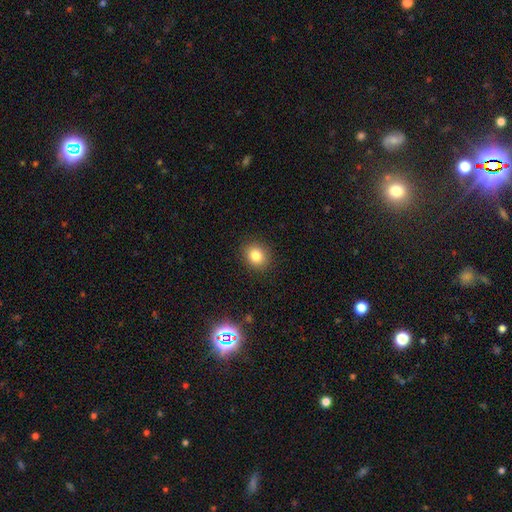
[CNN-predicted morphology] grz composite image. It shows a smooth galaxy with no disk features (82%) that is round (71%). Merging: none (90%).